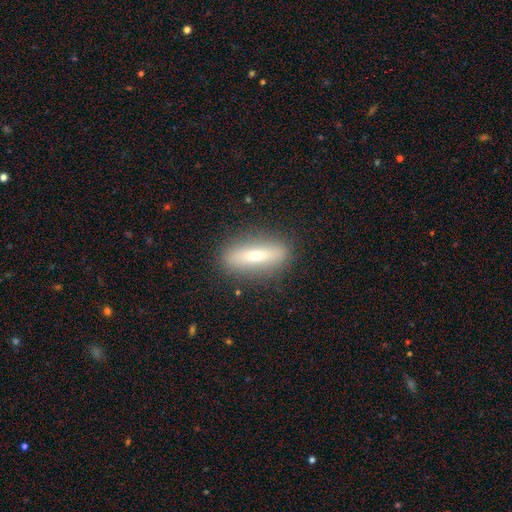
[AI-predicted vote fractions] The model was most divided on "how rounded": cigar-shaped: 53%, in between: 43%, round: 4%. More confident: merging — none (87%); smooth or featured — smooth (57%).